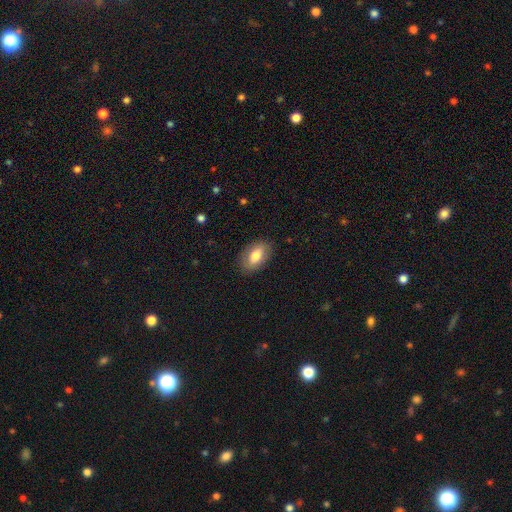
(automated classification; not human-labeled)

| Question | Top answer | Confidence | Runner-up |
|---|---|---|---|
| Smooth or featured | smooth | 76% | featured or disk (17%) |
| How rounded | in between | 92% | round (6%) |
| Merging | none | 84% | minor disturbance (11%) |